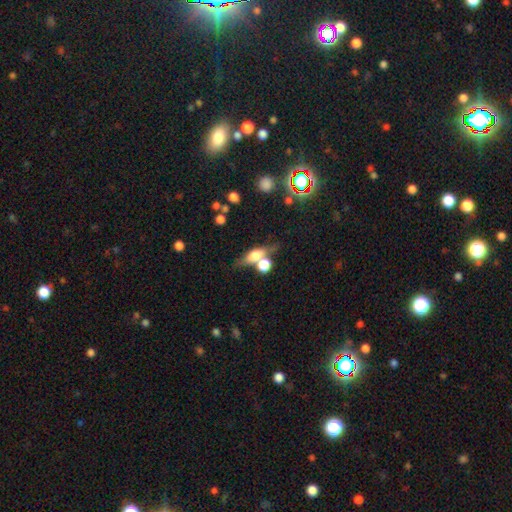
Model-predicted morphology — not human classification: Smooth or featured? Predicted: smooth (p=0.48). Merging? Predicted: none (p=0.54).